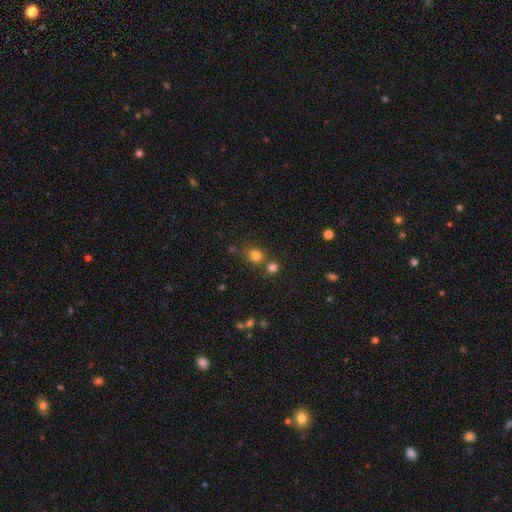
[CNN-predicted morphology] Q: Smooth or featured?
A: smooth (78%); runner-up: star or artifact (15%)
Q: How rounded?
A: round (82%); runner-up: in between (17%)
Q: Merging?
A: none (69%); runner-up: merger (18%)